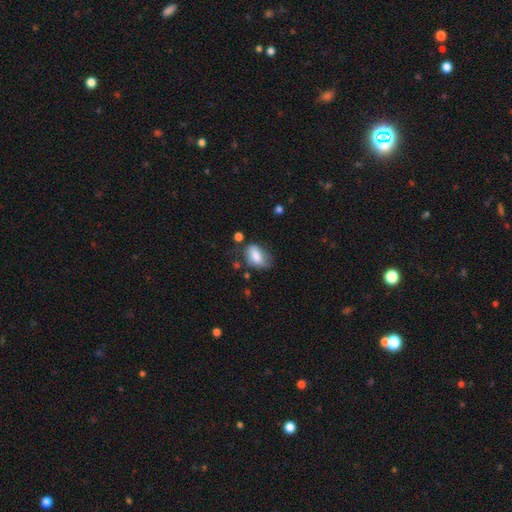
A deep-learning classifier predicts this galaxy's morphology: smooth-or-featured: smooth: 77% | featured or disk: 15% | star or artifact: 8%
  how-rounded: in between: 88% | round: 9% | cigar-shaped: 3%
  merging: none: 49% | minor disturbance: 32% | major disturbance: 13% | merger: 6%